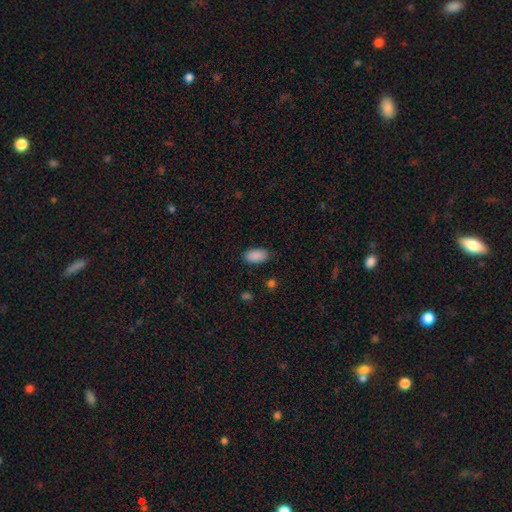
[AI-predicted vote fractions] smooth-or-featured: smooth: 89% | star or artifact: 7% | featured or disk: 4%
  how-rounded: in between: 94% | round: 3% | cigar-shaped: 2%
  merging: none: 85% | minor disturbance: 11% | major disturbance: 3% | merger: 1%